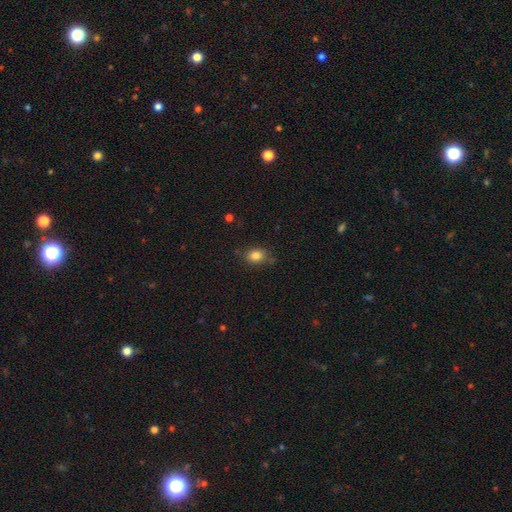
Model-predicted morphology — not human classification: smooth_or_featured: smooth (p=0.83) [alt: star or artifact p=0.11]
how_rounded: in between (p=0.51) [alt: round p=0.48]
merging: none (p=0.75) [alt: minor disturbance p=0.18]